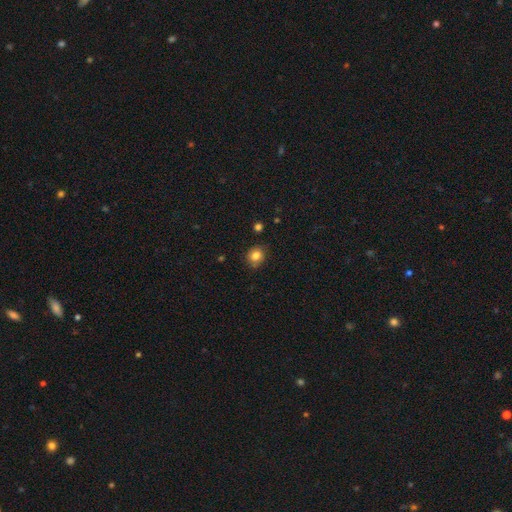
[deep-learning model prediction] The model was most divided on "how rounded": round: 77%, in between: 22%, cigar-shaped: 1%. More confident: merging — none (83%); smooth or featured — smooth (82%).